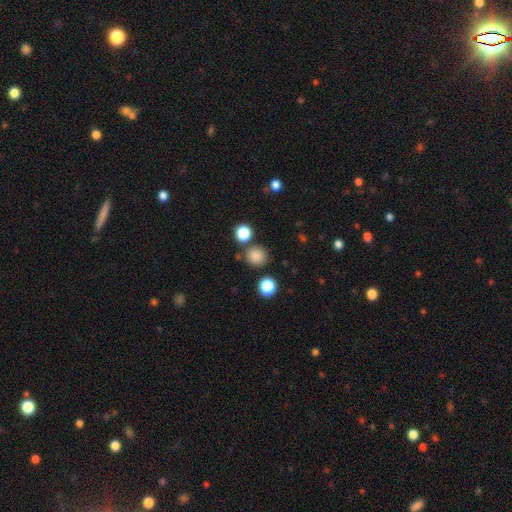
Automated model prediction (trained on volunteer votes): smooth_or_featured: smooth (p=0.83) [alt: star or artifact p=0.13]
how_rounded: round (p=0.86) [alt: in between p=0.13]
merging: none (p=0.79) [alt: minor disturbance p=0.09]